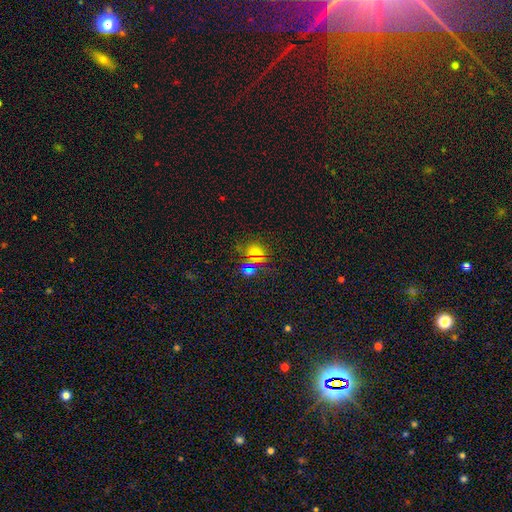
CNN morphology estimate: type=smooth (55%); roundness=round (74%); merging=none (68%).